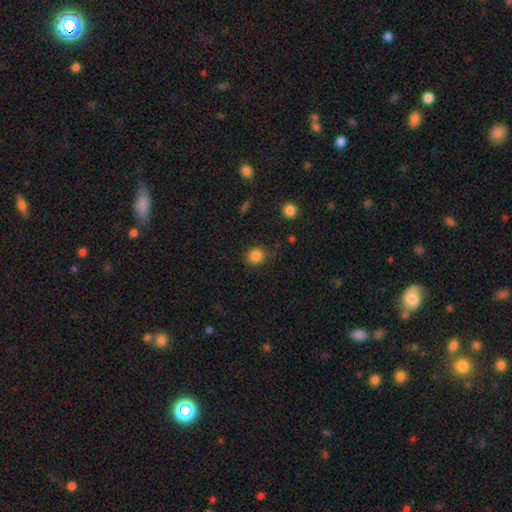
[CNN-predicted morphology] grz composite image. It shows a smooth galaxy with no disk features (85%) that is round (79%). Merging: none (78%).